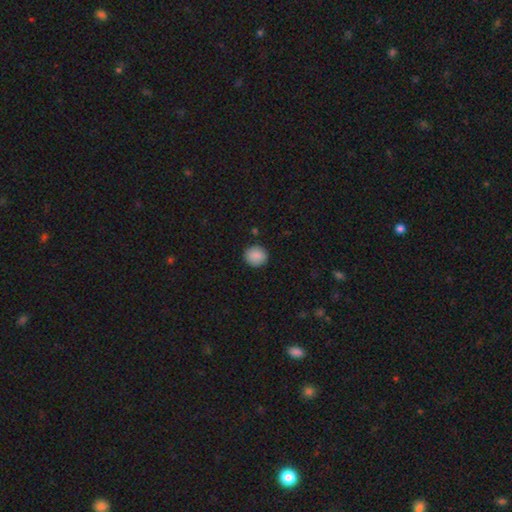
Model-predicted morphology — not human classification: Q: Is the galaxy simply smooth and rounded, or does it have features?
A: smooth — 89%.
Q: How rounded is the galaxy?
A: round — 88%.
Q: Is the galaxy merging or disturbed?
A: none — 90%.